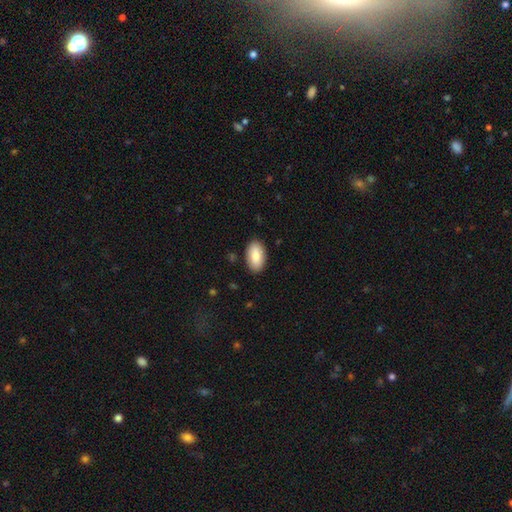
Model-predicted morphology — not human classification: The model was most divided on "smooth or featured": smooth: 85%, featured or disk: 9%, star or artifact: 6%. More confident: how rounded — in between (95%); merging — none (88%).